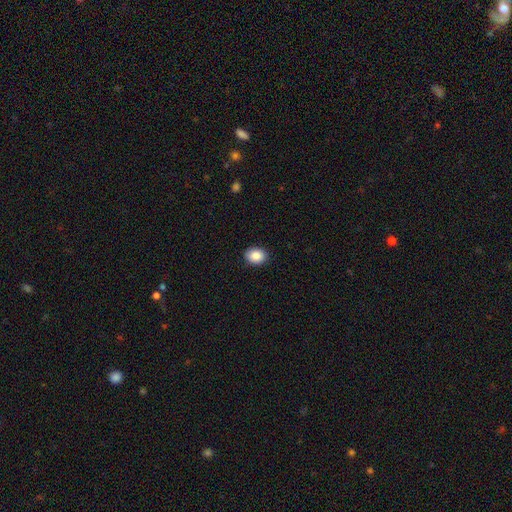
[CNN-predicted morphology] smooth_or_featured: smooth (p=0.87) [alt: star or artifact p=0.08]
how_rounded: in between (p=0.57) [alt: round p=0.42]
merging: none (p=0.90) [alt: minor disturbance p=0.08]